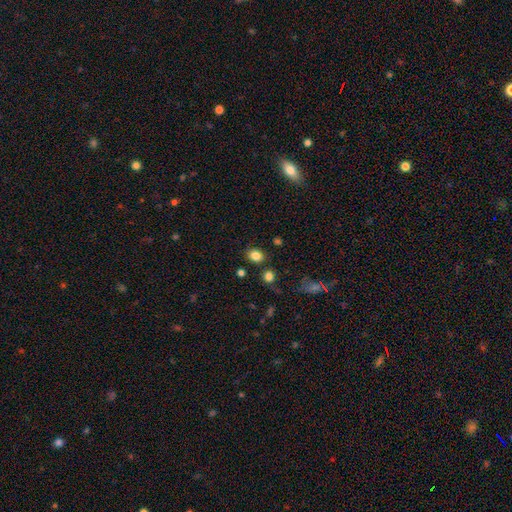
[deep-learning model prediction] A smooth galaxy with no disk features (83%) that is in between round and cigar-shaped (50%). Merging: none (80%).